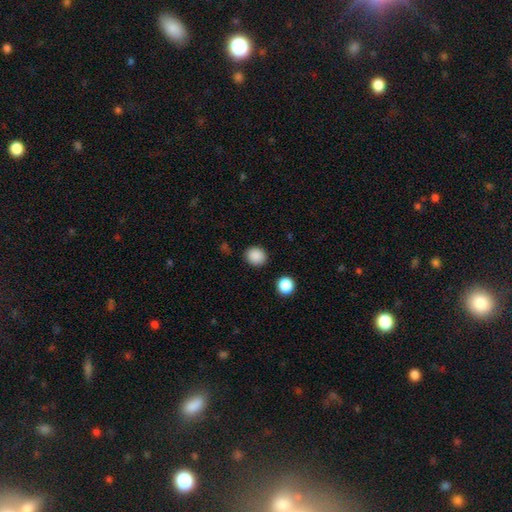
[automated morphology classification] A smooth galaxy with no disk features (88%) that is round (76%). Merging: none (88%).